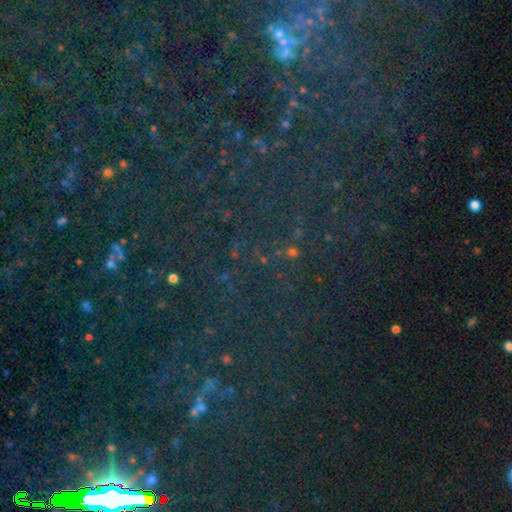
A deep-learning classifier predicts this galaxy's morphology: star or artifact 82%, smooth 10%, featured or disk 8%.